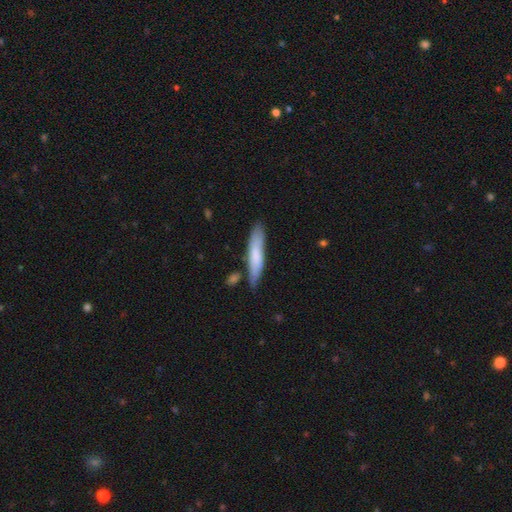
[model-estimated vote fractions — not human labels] smooth-or-featured: smooth: 71% | featured or disk: 24% | star or artifact: 5%
  how-rounded: cigar-shaped: 85% | in between: 14% | round: 1%
  merging: none: 74% | minor disturbance: 17% | merger: 5% | major disturbance: 3%